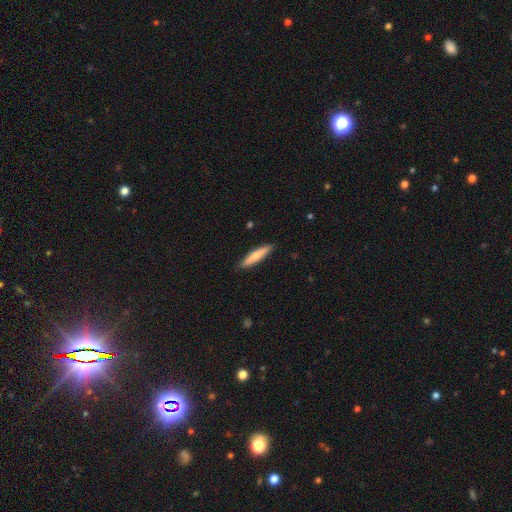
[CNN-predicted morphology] Smooth or featured? Predicted: smooth (p=0.67). How rounded? Predicted: cigar-shaped (p=0.85). Merging? Predicted: none (p=0.89).